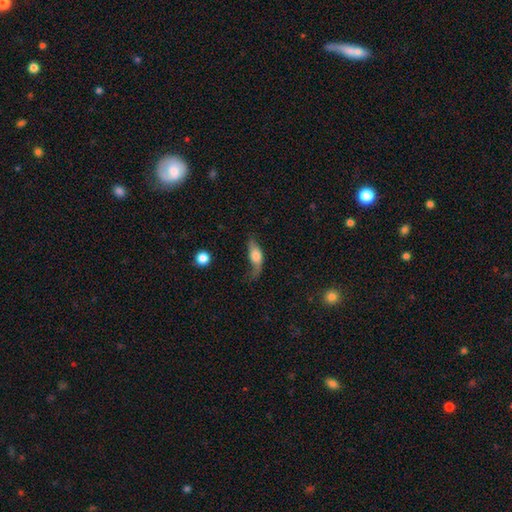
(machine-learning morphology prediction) Smooth or featured? smooth (49%)
Merging? major disturbance (33%)